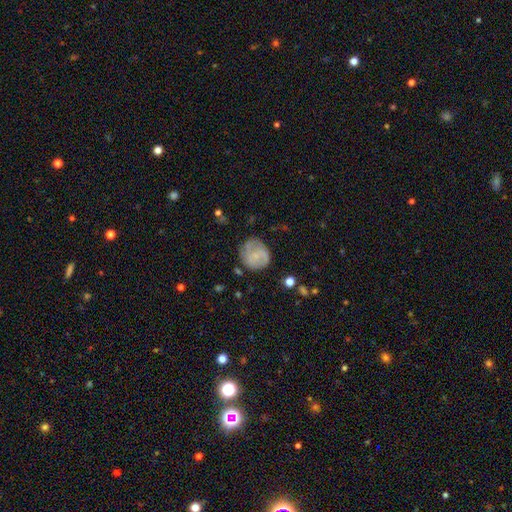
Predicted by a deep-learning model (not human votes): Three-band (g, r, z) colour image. It shows a smooth galaxy with no disk features (58%) that is round (82%). Merging: none (62%).